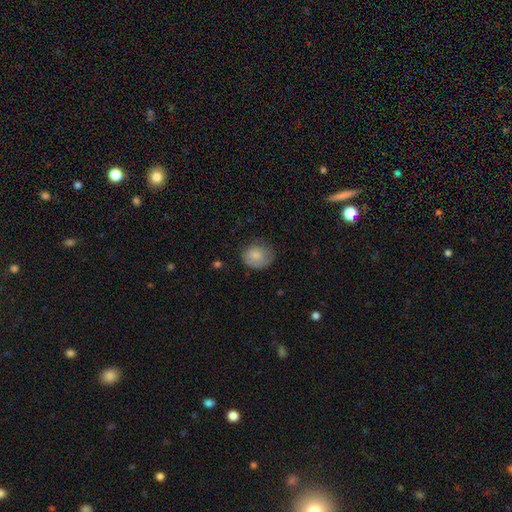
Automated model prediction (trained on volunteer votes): This appears to be a smooth galaxy with no disk features (81%) that is round (63%). Merging: none (64%).